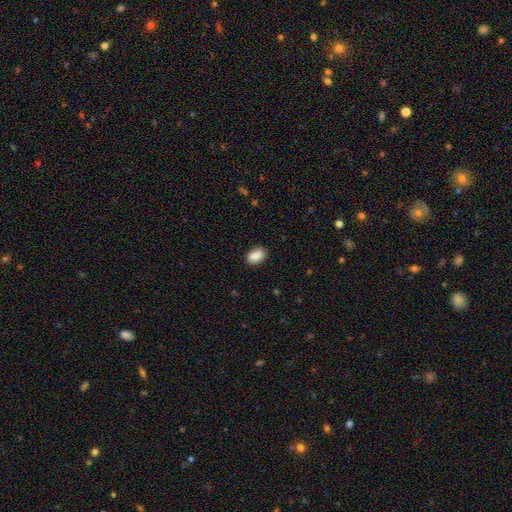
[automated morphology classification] Smooth or featured? smooth (89%)
How rounded? in between (88%)
Merging? none (87%)